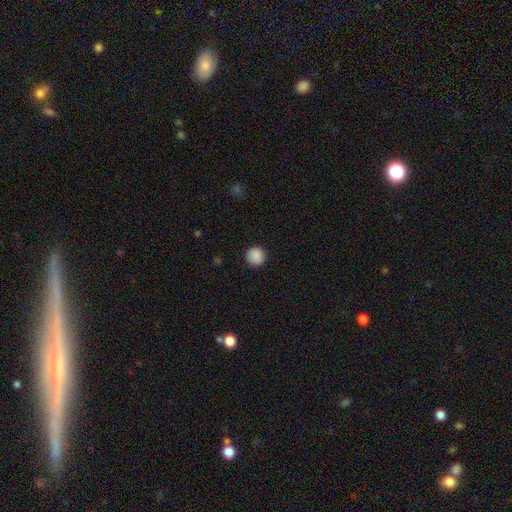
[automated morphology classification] smooth-or-featured: smooth: 89% | star or artifact: 8% | featured or disk: 3%
  how-rounded: round: 95% | in between: 4% | cigar-shaped: 1%
  merging: none: 91% | minor disturbance: 6% | major disturbance: 2% | merger: 1%